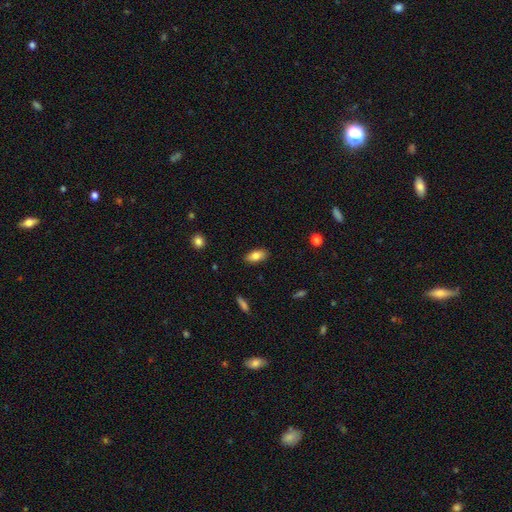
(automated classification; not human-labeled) Q: Smooth or featured?
A: smooth (80%); runner-up: featured or disk (13%)
Q: How rounded?
A: in between (89%); runner-up: cigar-shaped (8%)
Q: Merging?
A: none (87%); runner-up: minor disturbance (10%)